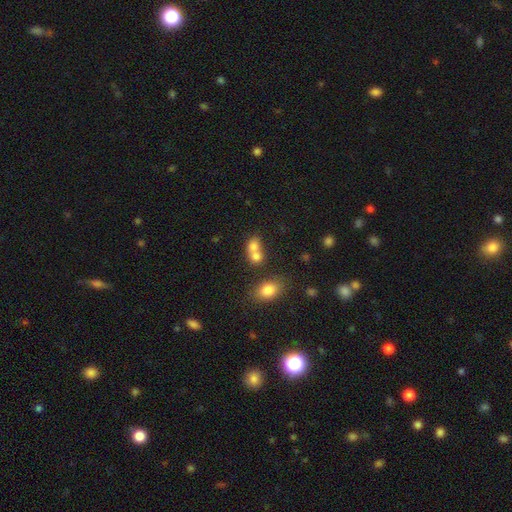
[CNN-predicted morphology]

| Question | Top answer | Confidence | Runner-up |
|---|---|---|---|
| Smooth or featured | smooth | 75% | featured or disk (13%) |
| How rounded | round | 53% | in between (46%) |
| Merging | merger | 62% | none (28%) |